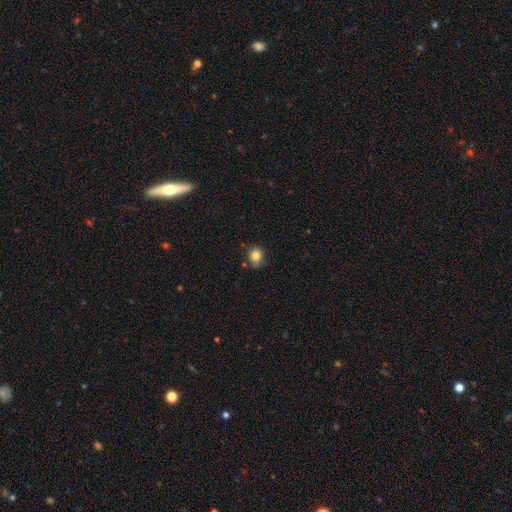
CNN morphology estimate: Smooth or featured: smooth — 82% (star or artifact — 11%)
How rounded: round — 70% (in between — 29%)
Merging: none — 75% (minor disturbance — 18%)